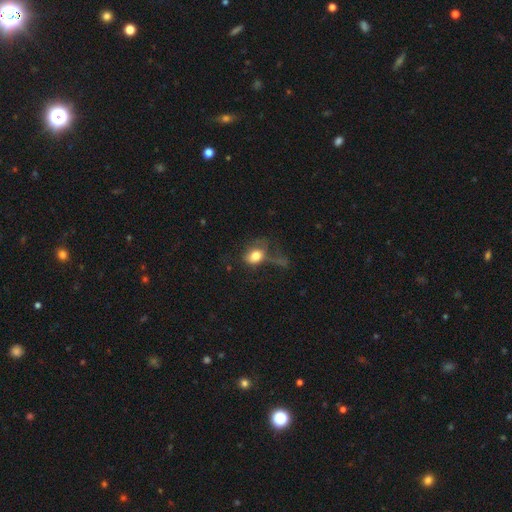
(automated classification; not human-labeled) smooth 74%, featured or disk 16%, star or artifact 10%. Down the decision tree: how rounded — in between (66%); merging — major disturbance (43%).